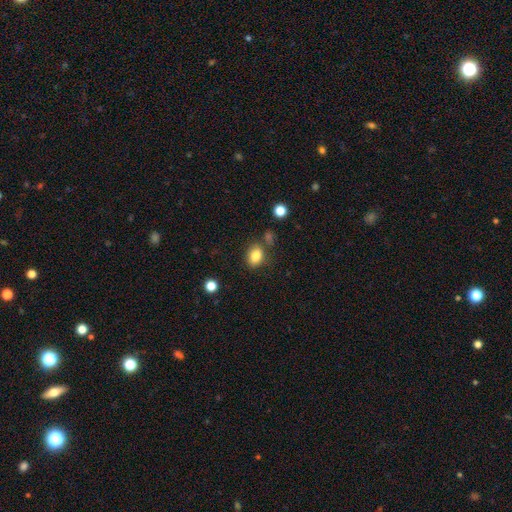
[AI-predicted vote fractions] smooth 83%, star or artifact 10%, featured or disk 7%. Down the decision tree: how rounded — in between (71%); merging — none (71%).